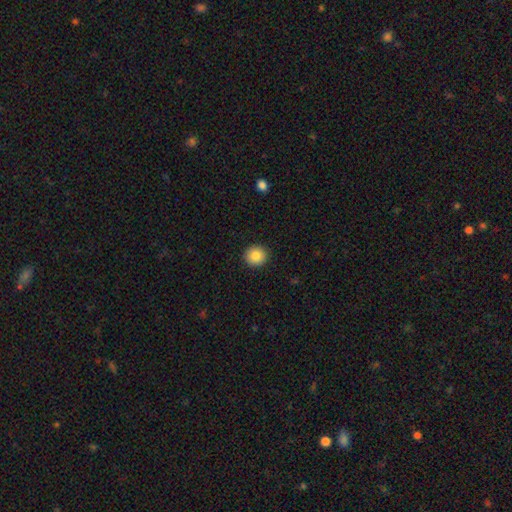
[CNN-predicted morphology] This appears to be a smooth galaxy with no disk features (85%) that is round (91%). Merging: none (93%).